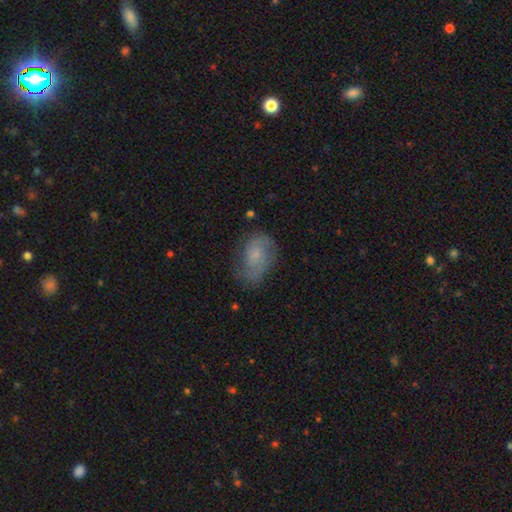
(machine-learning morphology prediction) Smooth or featured? featured or disk (54%)
Edge-on disk? no (96%)
Bar? no (70%)
Spiral arms? yes (85%)
Bulge size? small (55%)
Merging? none (65%)